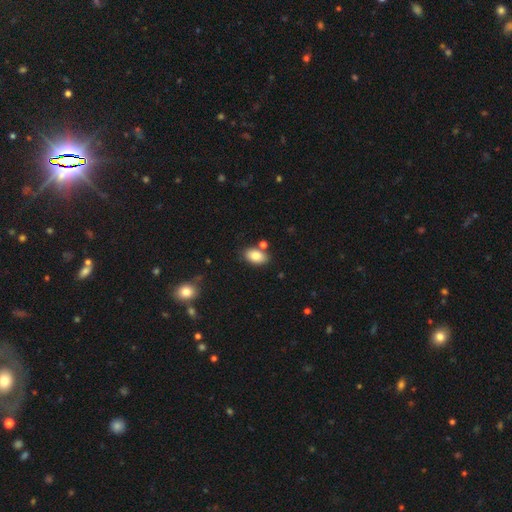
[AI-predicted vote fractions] smooth_or_featured: smooth (p=0.83) [alt: featured or disk p=0.09]
how_rounded: in between (p=0.91) [alt: round p=0.07]
merging: none (p=0.76) [alt: minor disturbance p=0.12]